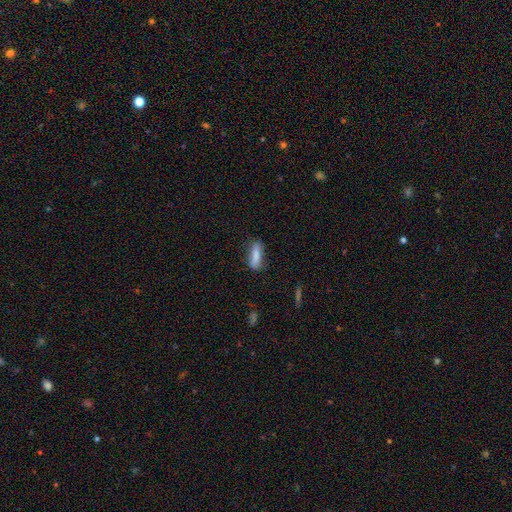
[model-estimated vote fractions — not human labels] This appears to be a smooth galaxy with no disk features (77%) that is cigar-shaped (52%). Merging: none (74%).